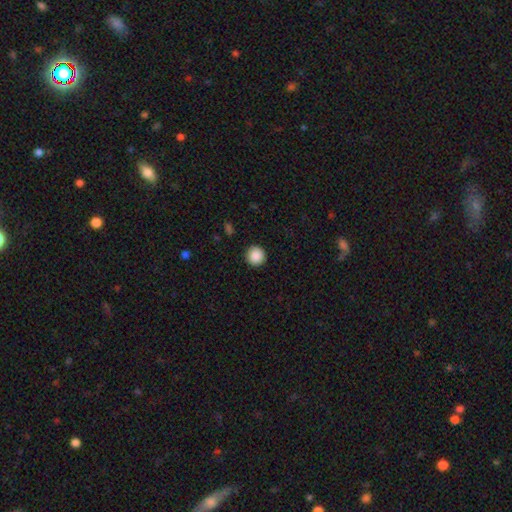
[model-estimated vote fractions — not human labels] smooth-or-featured: smooth: 89% | star or artifact: 9% | featured or disk: 3%
  how-rounded: round: 95% | in between: 4% | cigar-shaped: 1%
  merging: none: 92% | minor disturbance: 5% | major disturbance: 2% | merger: 1%